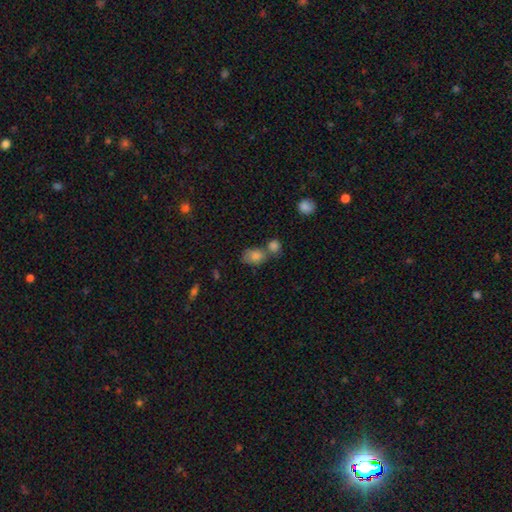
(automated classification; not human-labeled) Smooth or featured: smooth — 75% (star or artifact — 14%)
How rounded: in between — 71% (round — 27%)
Merging: none — 44% (merger — 35%)